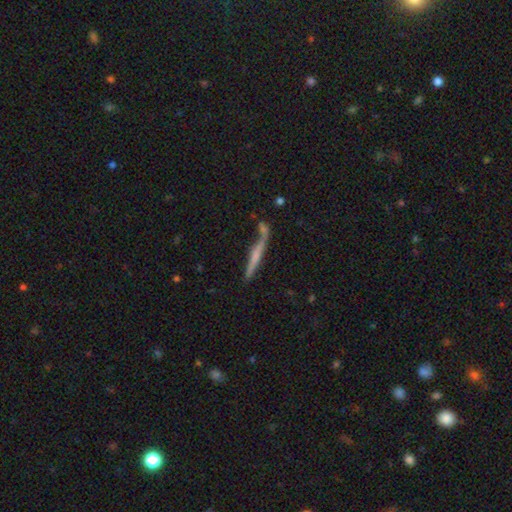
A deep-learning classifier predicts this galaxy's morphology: This is possibly a featured or disk galaxy (56%). It is clearly viewed edge-on (93%). Edge-on bulge: marginally rounded (44%). Merging: possibly none (60%).